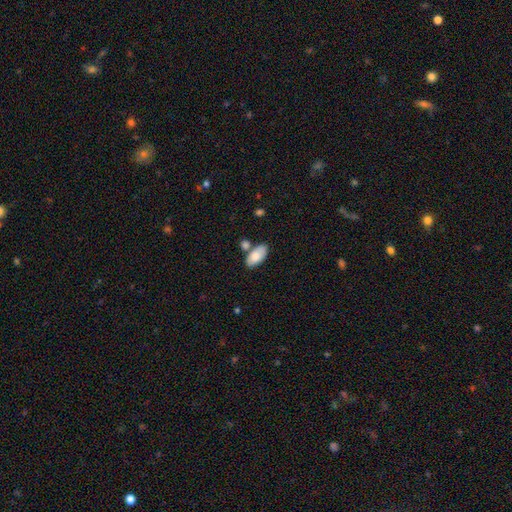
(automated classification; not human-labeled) The model was most divided on "merging": none: 63%, merger: 19%, minor disturbance: 14%, major disturbance: 4%. More confident: how rounded — in between (94%); smooth or featured — smooth (81%).